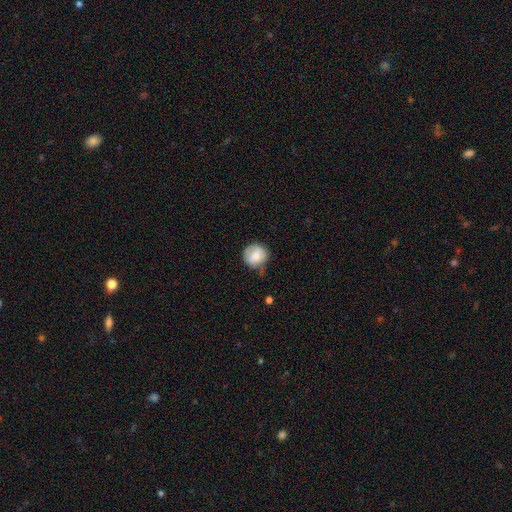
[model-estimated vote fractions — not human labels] Overall: smooth (71%). How rounded: round (87%). Merging: none (56%; minor disturbance 32%).